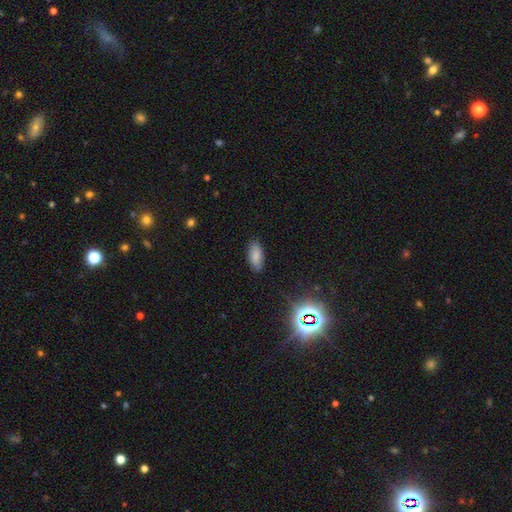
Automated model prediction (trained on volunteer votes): Overall: smooth (82%). How rounded: in between (89%). Merging: none (85%).